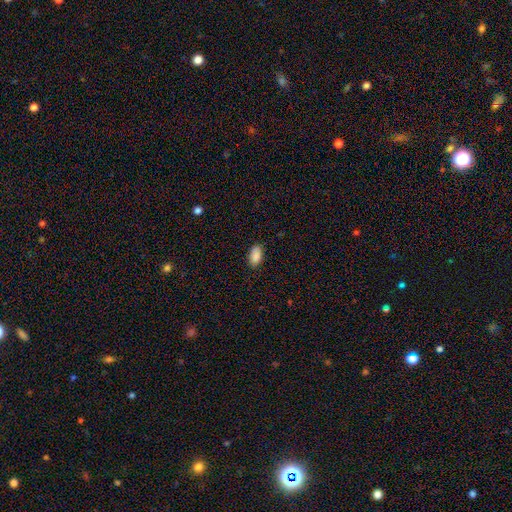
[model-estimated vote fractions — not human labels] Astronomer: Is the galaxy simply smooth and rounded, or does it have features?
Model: smooth — 89%.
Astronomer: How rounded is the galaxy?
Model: in between — 93%.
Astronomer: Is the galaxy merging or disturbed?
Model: none — 85%.